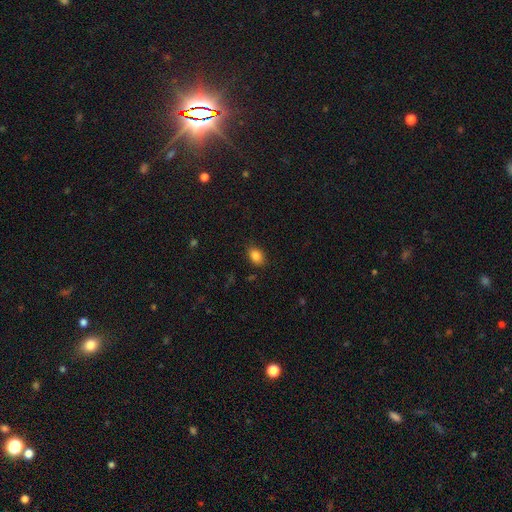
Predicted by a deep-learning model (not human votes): smooth_or_featured: smooth (p=0.85) [alt: star or artifact p=0.10]
how_rounded: in between (p=0.80) [alt: round p=0.19]
merging: none (p=0.86) [alt: minor disturbance p=0.10]